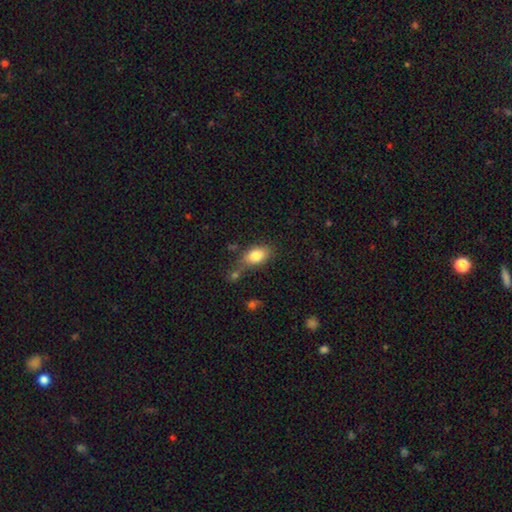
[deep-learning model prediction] A smooth galaxy with no disk features (81%) that is in between round and cigar-shaped (86%). Merging: none (56%).